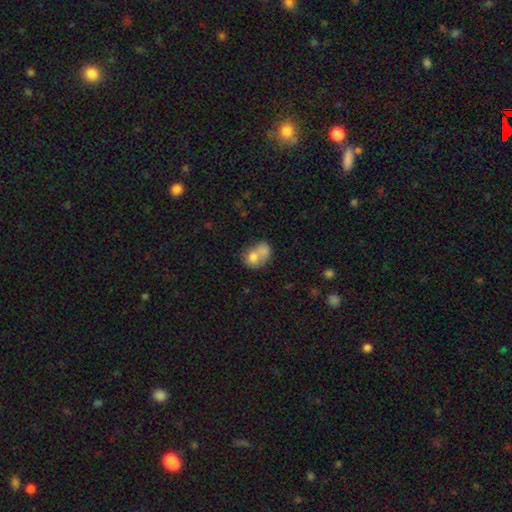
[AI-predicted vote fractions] Smooth or featured: smooth — 72% (featured or disk — 20%)
How rounded: round — 50% (in between — 49%)
Merging: merger — 60% (none — 23%)